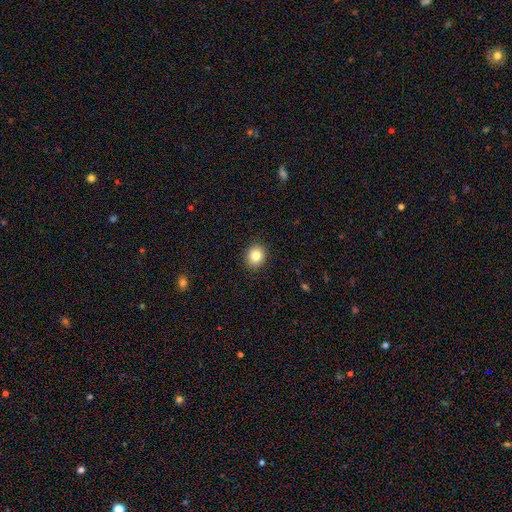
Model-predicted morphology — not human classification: smooth 83%, star or artifact 10%, featured or disk 7%. Down the decision tree: how rounded — round (70%); merging — none (91%).